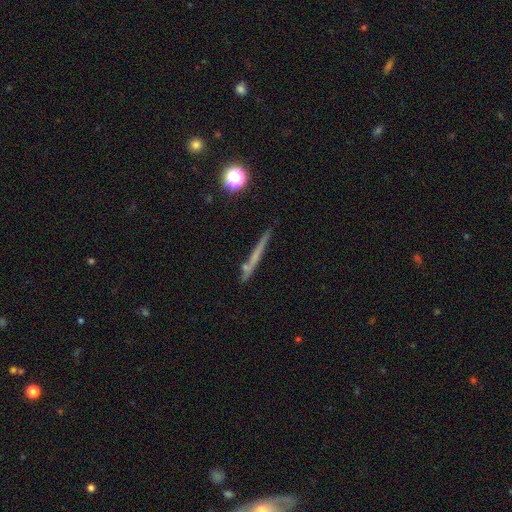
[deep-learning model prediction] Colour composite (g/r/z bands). It shows a smooth galaxy with no disk features (45%, tied with featured or disk). Merging: none (80%).